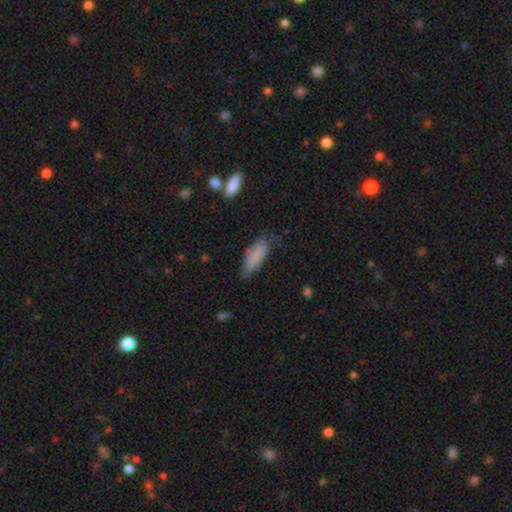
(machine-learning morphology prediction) smooth-or-featured: smooth: 81% | featured or disk: 12% | star or artifact: 7%
  how-rounded: in between: 63% | cigar-shaped: 35% | round: 2%
  merging: none: 61% | minor disturbance: 29% | major disturbance: 8% | merger: 2%